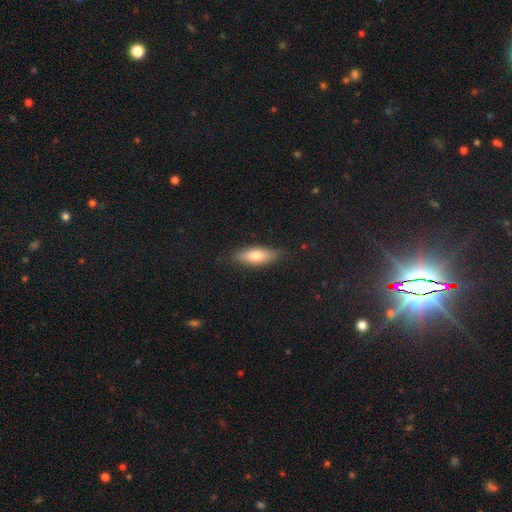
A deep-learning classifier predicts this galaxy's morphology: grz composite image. It shows a smooth galaxy with no disk features (73%) that is in between round and cigar-shaped (66%). Merging: none (79%).